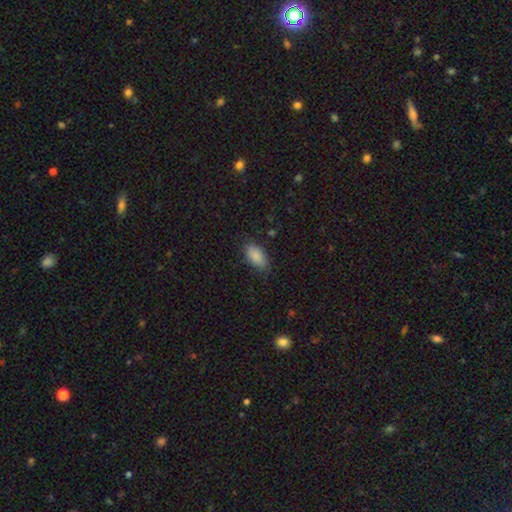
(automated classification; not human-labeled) A smooth galaxy with no disk features (88%) that is in between round and cigar-shaped (93%).

Vote fractions:
- Smooth or featured? smooth: 88% / star or artifact: 7% / featured or disk: 5%
- How rounded? in between: 93% / cigar-shaped: 4% / round: 3%
- Merging? none: 82% / minor disturbance: 14% / major disturbance: 3% / merger: 1%